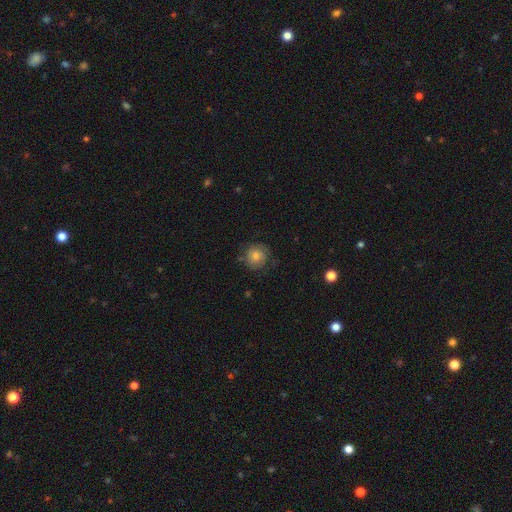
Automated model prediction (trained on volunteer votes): This is likely a smooth galaxy (66%). How rounded: clearly round (90%). Merging: likely none (72%).